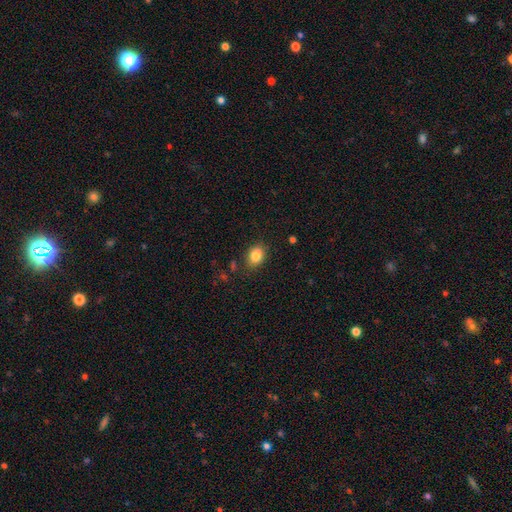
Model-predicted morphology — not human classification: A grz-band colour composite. It shows a smooth galaxy with no disk features (84%) that is in between round and cigar-shaped (65%). Merging: none (82%).